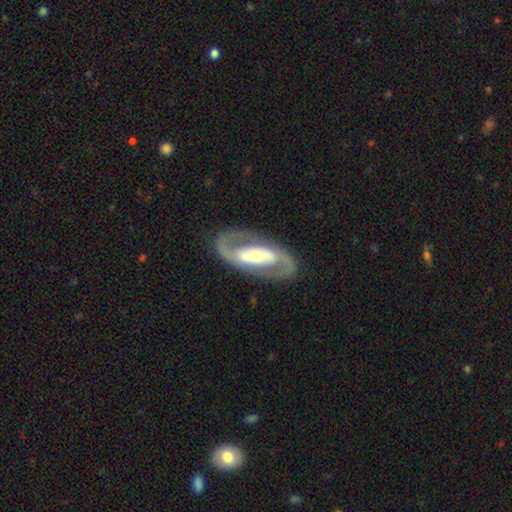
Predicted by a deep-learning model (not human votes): Smooth or featured? featured or disk (86%)
Edge-on disk? no (94%)
Bar? strong (50%)
Spiral arms? yes (88%)
Spiral winding? medium (52%)
Spiral arm count? 2 (91%)
Bulge size? moderate (53%)
Merging? none (84%)